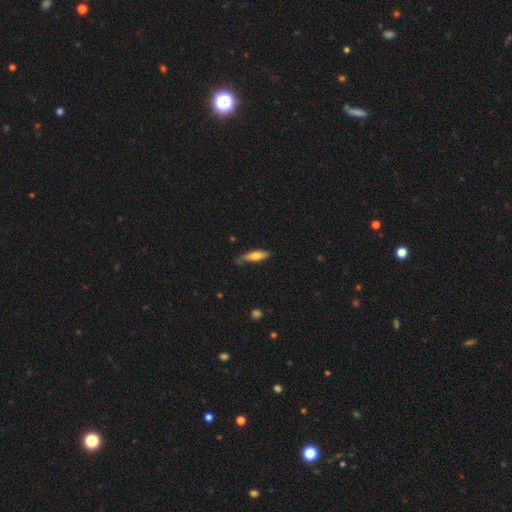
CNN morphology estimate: This appears to be a smooth galaxy with no disk features (61%) that is cigar-shaped (61%). Merging: none (69%).